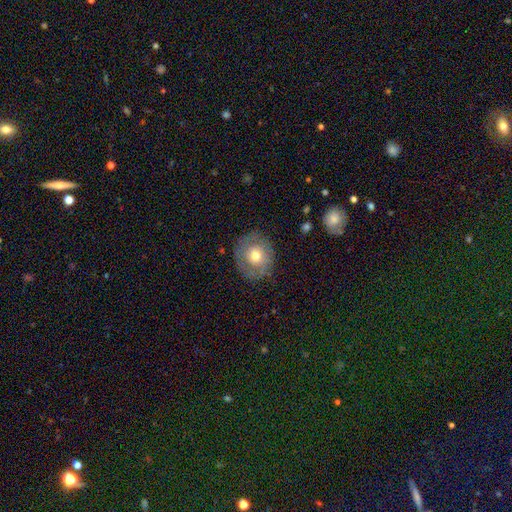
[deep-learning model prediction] A smooth galaxy with no disk features (63%) that is round (87%).

Vote fractions:
- Smooth or featured? smooth: 63% / featured or disk: 28% / star or artifact: 9%
- How rounded? round: 87% / in between: 12% / cigar-shaped: 1%
- Merging? none: 79% / minor disturbance: 14% / major disturbance: 5% / merger: 1%